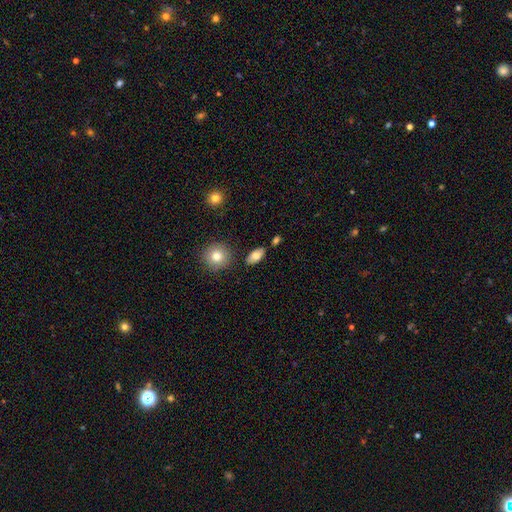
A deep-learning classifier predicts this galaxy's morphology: Overall: smooth (80%). How rounded: in between (88%). Merging: none (79%).